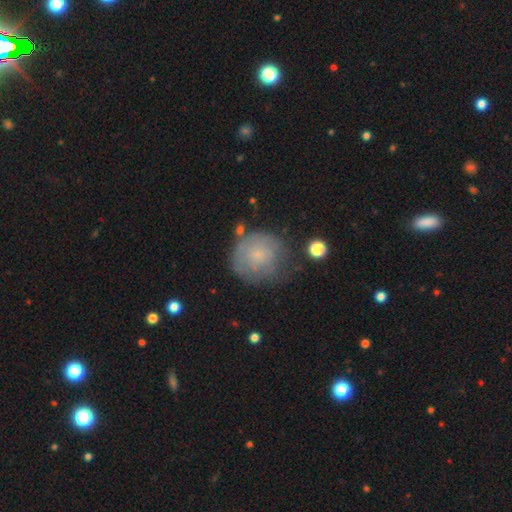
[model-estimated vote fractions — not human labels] Overall: smooth (56%; featured or disk 35%). How rounded: round (87%). Merging: none (56%; minor disturbance 27%).